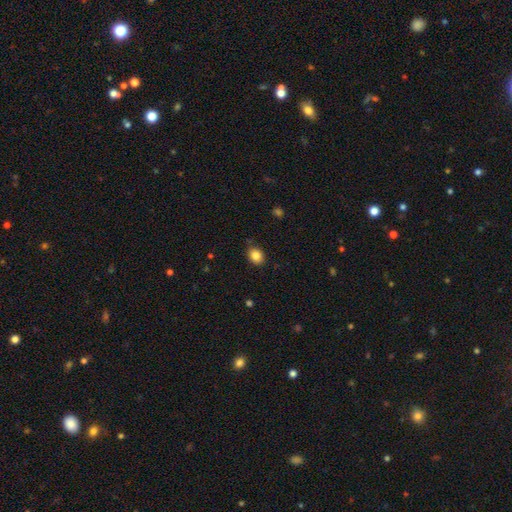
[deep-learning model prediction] A smooth galaxy with no disk features (85%) that is in between round and cigar-shaped (50%). Merging: none (84%).